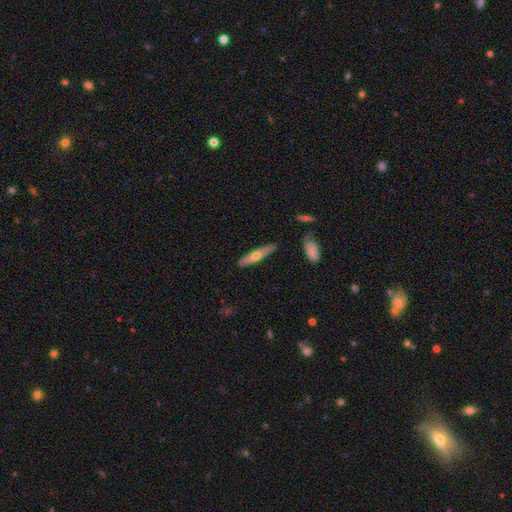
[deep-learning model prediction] Smooth or featured? Predicted: smooth (p=0.52). How rounded? Predicted: cigar-shaped (p=0.83). Merging? Predicted: none (p=0.85).